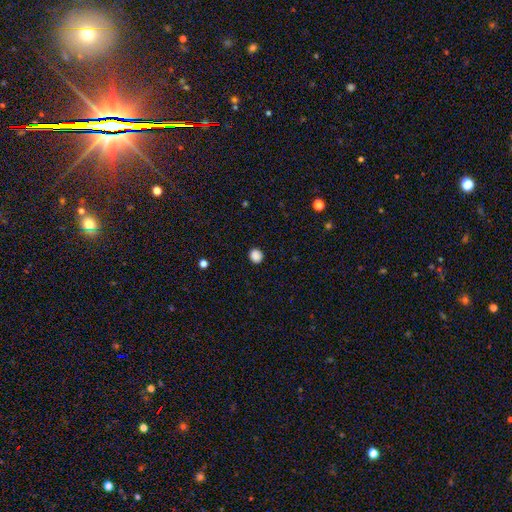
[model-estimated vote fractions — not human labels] This appears to be a smooth galaxy with no disk features (88%) that is round (82%). Merging: none (91%).